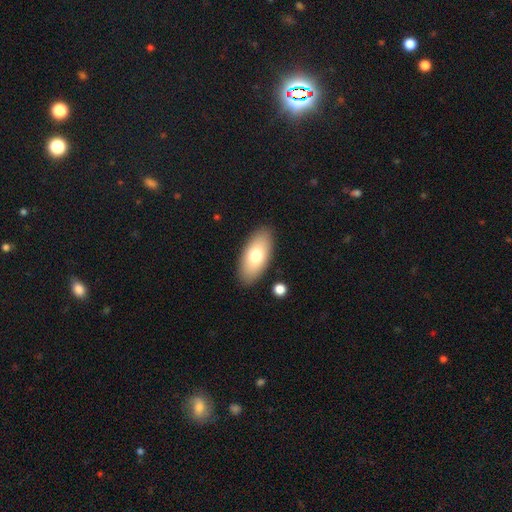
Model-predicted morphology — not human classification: This appears to be a smooth galaxy with no disk features (73%) that is in between round and cigar-shaped (91%). Merging: none (88%).